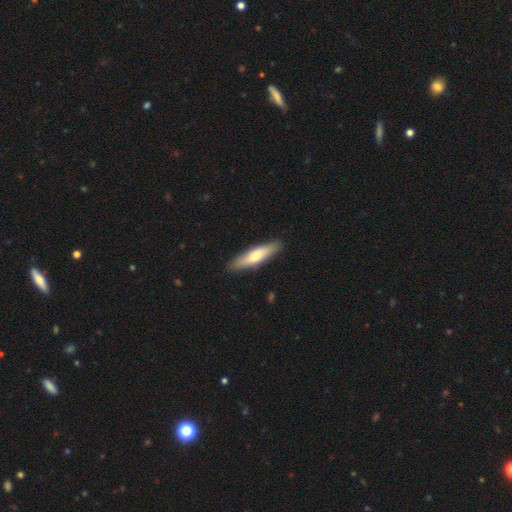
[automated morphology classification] A smooth galaxy with no disk features (59%) that is cigar-shaped (76%).

Vote fractions:
- Smooth or featured? smooth: 59% / featured or disk: 36% / star or artifact: 5%
- How rounded? cigar-shaped: 76% / in between: 22% / round: 2%
- Merging? none: 90% / minor disturbance: 8% / major disturbance: 2% / merger: 1%